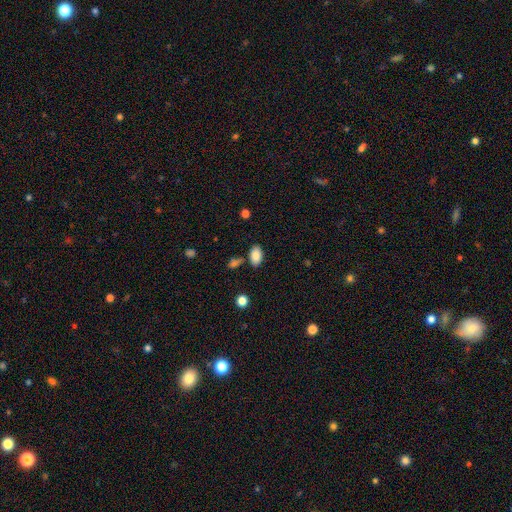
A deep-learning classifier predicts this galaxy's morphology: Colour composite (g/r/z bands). It shows a smooth galaxy with no disk features (84%) that is in between round and cigar-shaped (92%). Merging: none (77%).